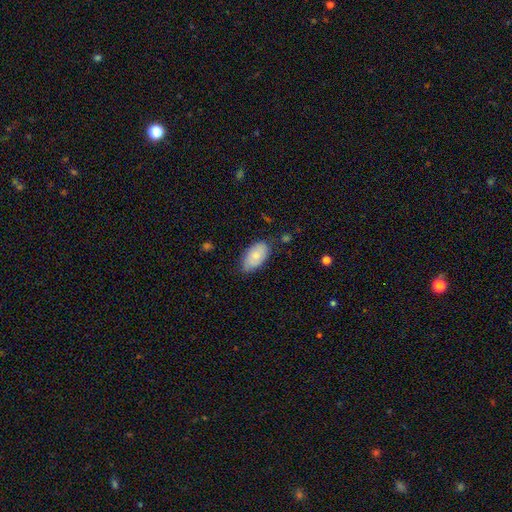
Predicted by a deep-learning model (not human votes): Smooth or featured? smooth (77%)
How rounded? in between (95%)
Merging? none (74%)